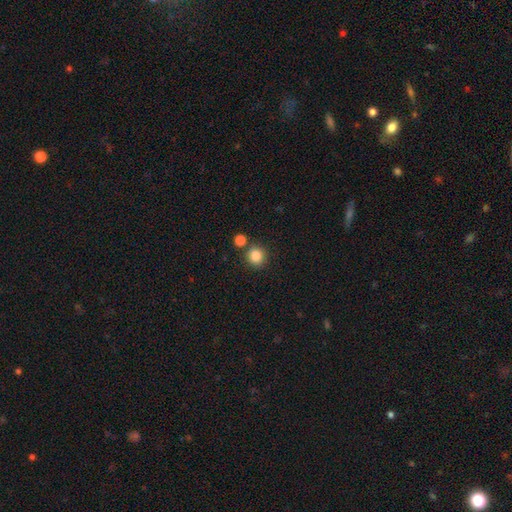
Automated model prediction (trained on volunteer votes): Morphology: type=smooth (85%); roundness=round (92%); merging=none (82%).